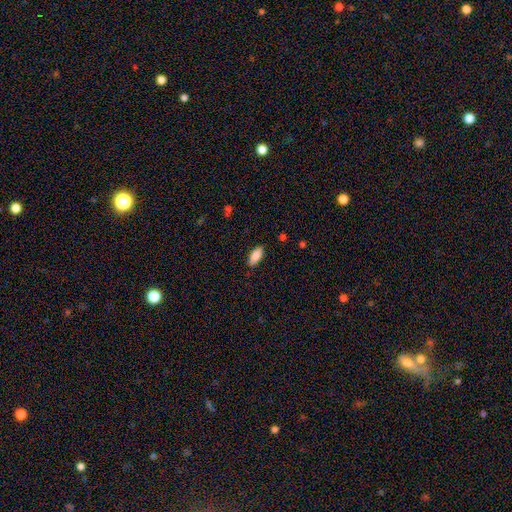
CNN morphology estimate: type=smooth (88%); roundness=in between (87%); merging=none (87%).